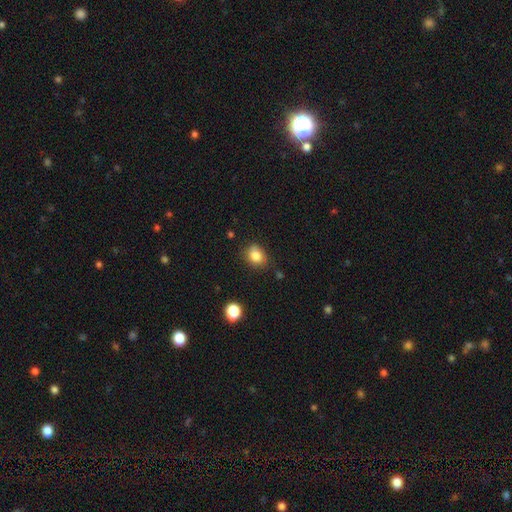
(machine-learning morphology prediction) A smooth galaxy with no disk features (83%) that is round (50%).

Vote fractions:
- Smooth or featured? smooth: 83% / star or artifact: 10% / featured or disk: 7%
- How rounded? round: 50% / in between: 49% / cigar-shaped: 1%
- Merging? none: 74% / minor disturbance: 20% / major disturbance: 4% / merger: 2%